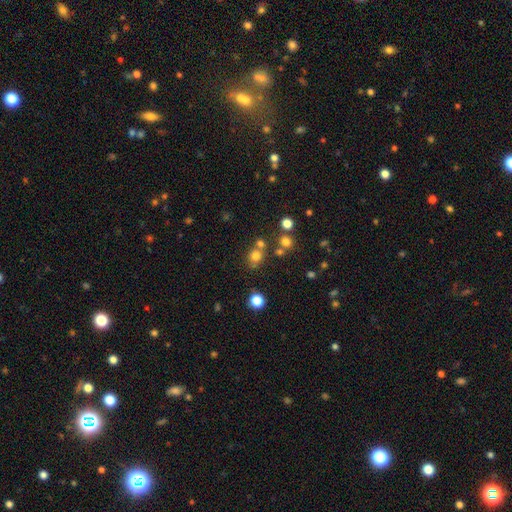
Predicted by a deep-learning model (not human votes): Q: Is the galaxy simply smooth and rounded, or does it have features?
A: smooth — 73%.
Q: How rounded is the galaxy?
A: round — 81%.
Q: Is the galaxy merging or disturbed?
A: none — 66%.